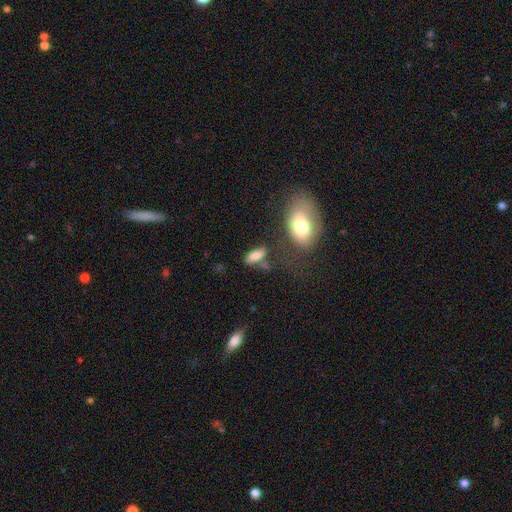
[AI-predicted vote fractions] The model was most divided on "merging": none: 53%, minor disturbance: 20%, merger: 15%, major disturbance: 11%. More confident: smooth or featured — smooth (79%); how rounded — in between (78%).